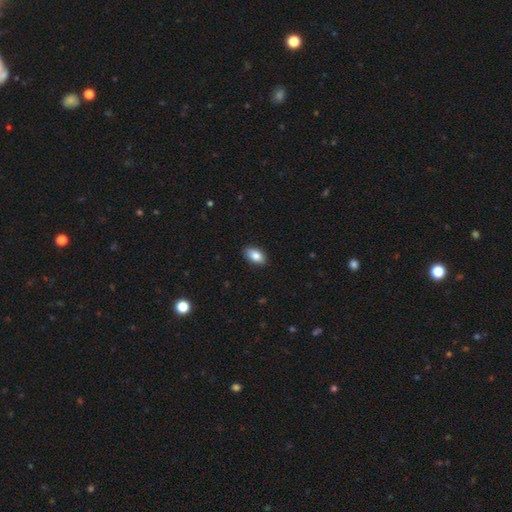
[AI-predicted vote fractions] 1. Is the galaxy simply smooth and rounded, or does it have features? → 84% smooth, 8% featured or disk, 7% star or artifact.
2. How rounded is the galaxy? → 92% in between, 6% round, 3% cigar-shaped.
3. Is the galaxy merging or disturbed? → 88% none, 9% minor disturbance, 2% major disturbance, 1% merger.